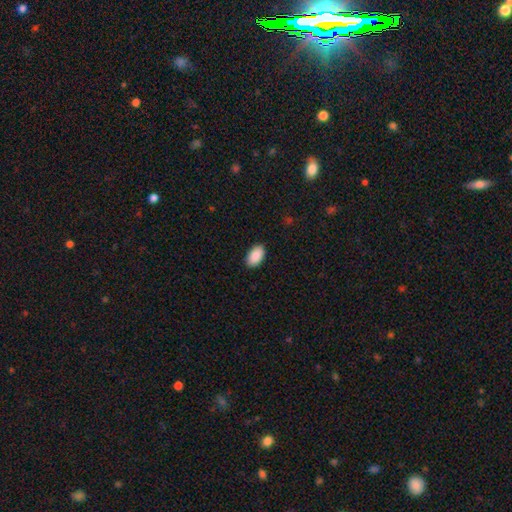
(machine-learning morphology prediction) A smooth galaxy with no disk features (91%) that is in between round and cigar-shaped (95%).

Vote fractions:
- Smooth or featured? smooth: 91% / star or artifact: 6% / featured or disk: 3%
- How rounded? in between: 95% / round: 3% / cigar-shaped: 1%
- Merging? none: 89% / minor disturbance: 8% / major disturbance: 2% / merger: 1%